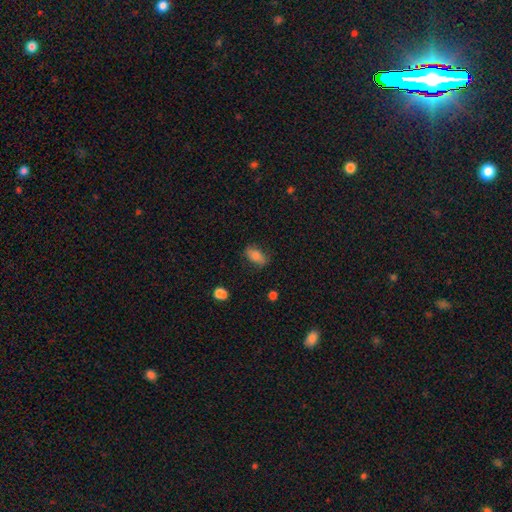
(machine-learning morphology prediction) smooth_or_featured: smooth (p=0.73) [alt: featured or disk p=0.18]
how_rounded: in between (p=0.88) [alt: round p=0.08]
merging: none (p=0.73) [alt: minor disturbance p=0.20]